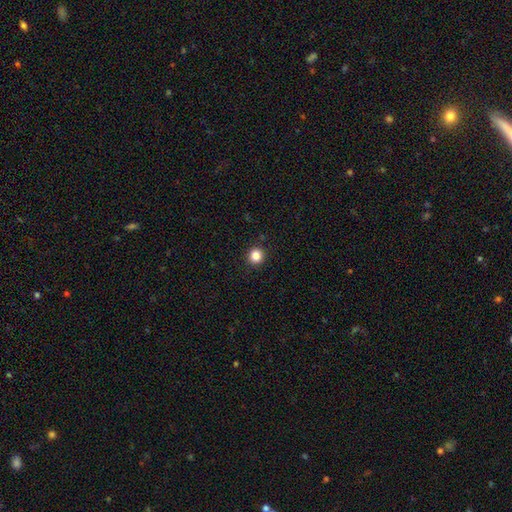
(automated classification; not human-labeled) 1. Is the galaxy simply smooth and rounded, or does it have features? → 85% smooth, 12% star or artifact, 3% featured or disk.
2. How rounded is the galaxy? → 93% round, 6% in between, 1% cigar-shaped.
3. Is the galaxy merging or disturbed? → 92% none, 5% minor disturbance, 2% major disturbance, 1% merger.